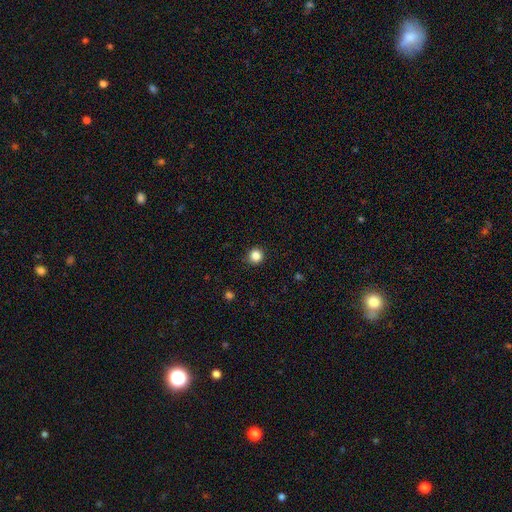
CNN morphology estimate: Smooth or featured?
  - smooth: 85% *
  - star or artifact: 11%
  - featured or disk: 4%
How rounded?
  - round: 94% *
  - in between: 5%
  - cigar-shaped: 1%
Merging?
  - none: 92% *
  - minor disturbance: 6%
  - major disturbance: 2%
  - merger: 1%